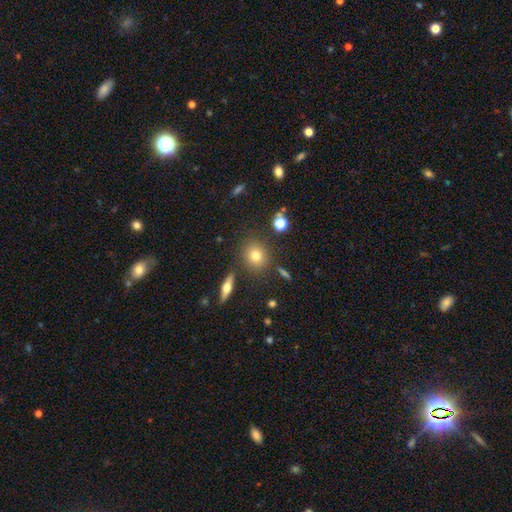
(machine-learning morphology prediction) smooth-or-featured: smooth: 75% | star or artifact: 13% | featured or disk: 12%
  how-rounded: round: 77% | in between: 21% | cigar-shaped: 2%
  merging: none: 83% | minor disturbance: 9% | merger: 5% | major disturbance: 3%